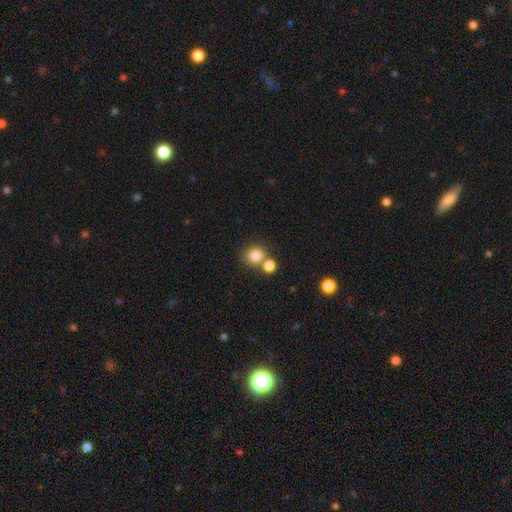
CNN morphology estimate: Smooth or featured?
  - smooth: 83% *
  - star or artifact: 11%
  - featured or disk: 6%
How rounded?
  - round: 85% *
  - in between: 14%
  - cigar-shaped: 1%
Merging?
  - none: 59% *
  - merger: 29%
  - minor disturbance: 8%
  - major disturbance: 3%